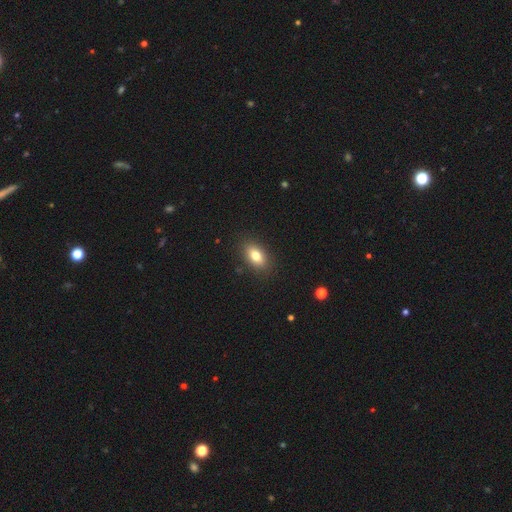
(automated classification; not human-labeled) Overall: smooth (79%). How rounded: in between (87%). Merging: none (88%).